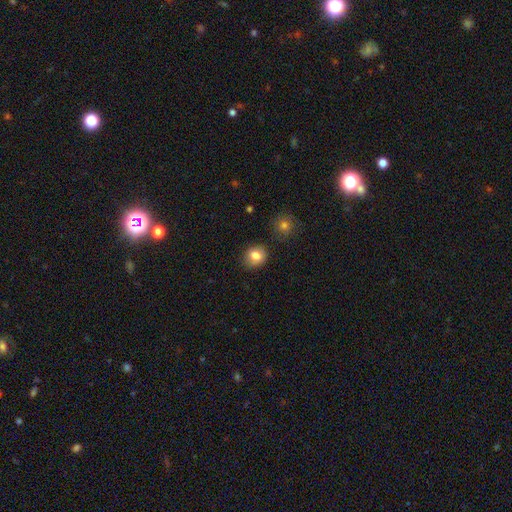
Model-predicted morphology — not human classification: smooth_or_featured: smooth (p=0.82) [alt: star or artifact p=0.10]
how_rounded: round (p=0.68) [alt: in between p=0.31]
merging: none (p=0.82) [alt: minor disturbance p=0.12]